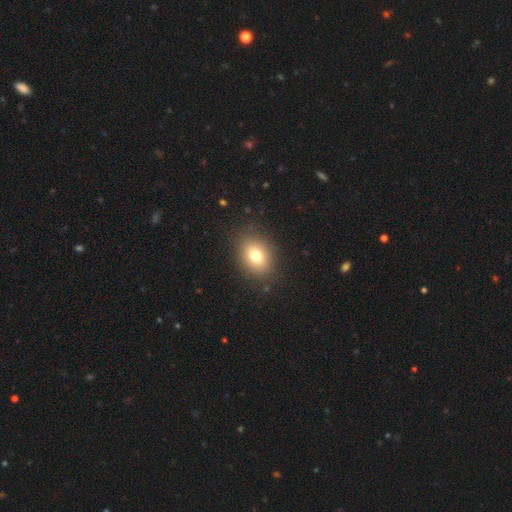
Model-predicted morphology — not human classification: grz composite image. It shows a smooth galaxy with no disk features (76%) that is in between round and cigar-shaped (67%). Merging: none (86%).